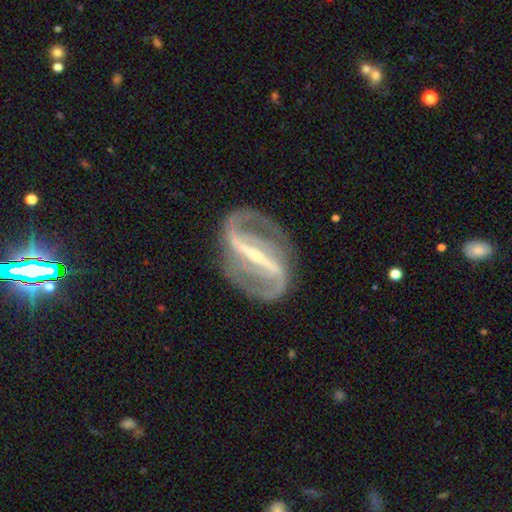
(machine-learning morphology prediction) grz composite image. It shows a featured or disk galaxy (92%) with a strong bar (84%), 2 (92%) medium (49%) spiral arms (97%) and a small central bulge (66%). Merging: none (81%).